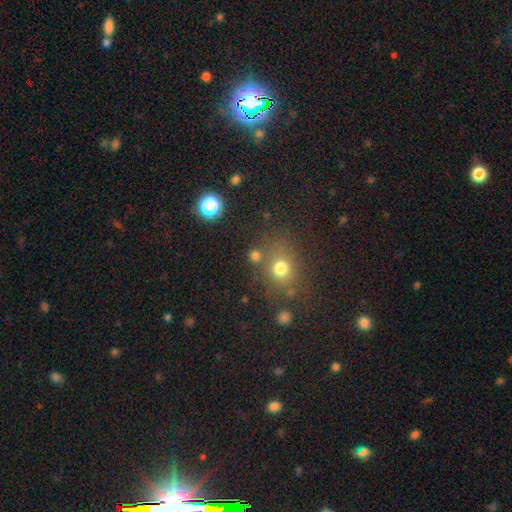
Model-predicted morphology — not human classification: smooth 72%, star or artifact 20%, featured or disk 8%. Down the decision tree: how rounded — round (79%); merging — none (69%).